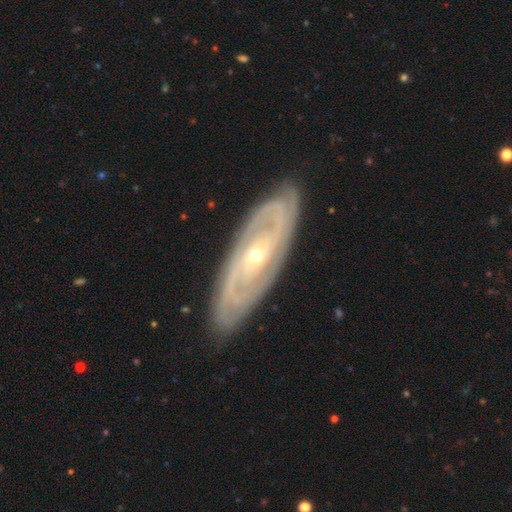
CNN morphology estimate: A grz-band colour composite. It shows a featured or disk galaxy (87%) with no bar (56%), 2 (38%) tight (68%) spiral arms (95%) and a small central bulge (66%). Merging: none (86%).